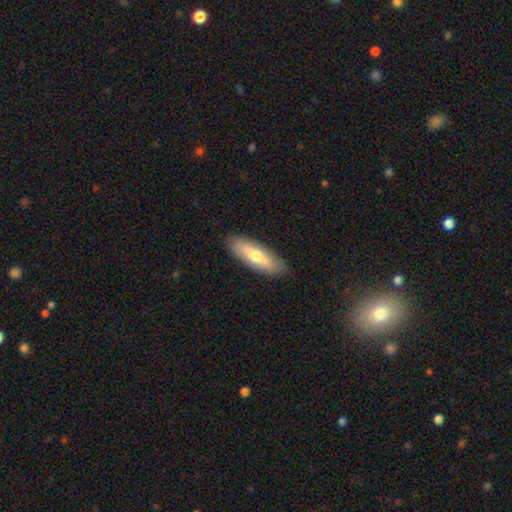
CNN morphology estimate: Smooth or featured: smooth — 58% (featured or disk — 36%)
How rounded: in between — 55% (cigar-shaped — 43%)
Merging: none — 88% (minor disturbance — 9%)